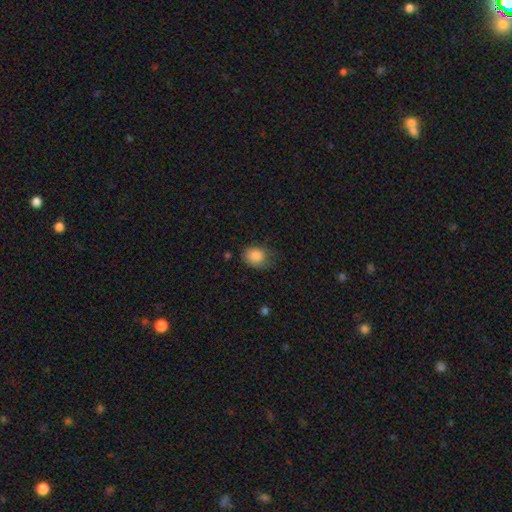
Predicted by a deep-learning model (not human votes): Morphology: type=smooth (84%); roundness=in between (54%); merging=none (59%).